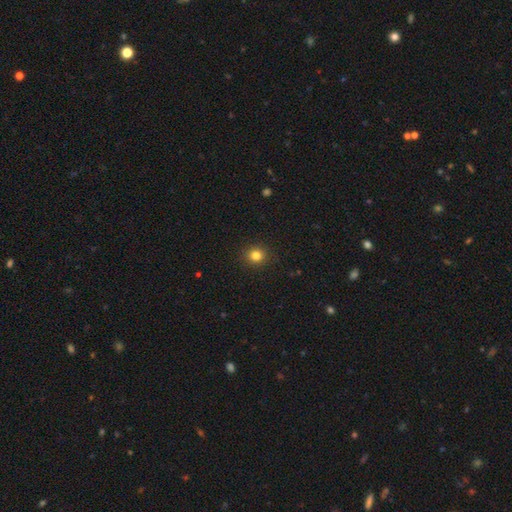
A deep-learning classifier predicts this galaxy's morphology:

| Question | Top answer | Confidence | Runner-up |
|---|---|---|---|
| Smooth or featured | smooth | 82% | star or artifact (13%) |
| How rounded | round | 87% | in between (12%) |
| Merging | none | 91% | minor disturbance (6%) |